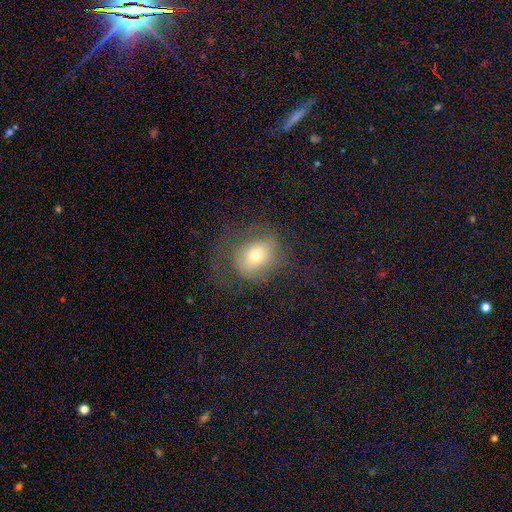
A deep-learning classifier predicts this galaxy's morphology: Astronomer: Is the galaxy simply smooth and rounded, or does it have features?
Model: smooth — 58%.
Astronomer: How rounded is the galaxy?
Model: round — 57% (runner-up: in between, 42%).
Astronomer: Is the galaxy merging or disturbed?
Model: none — 53%.